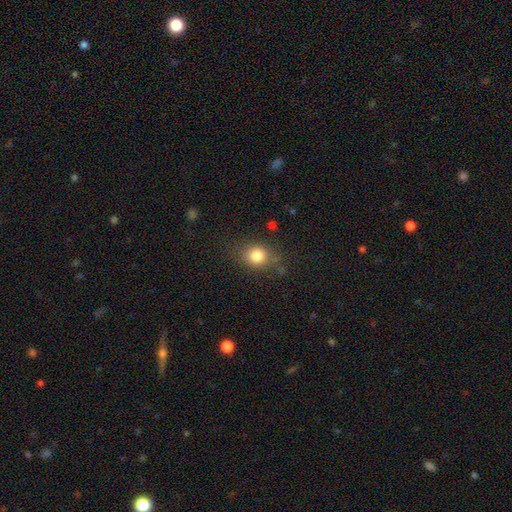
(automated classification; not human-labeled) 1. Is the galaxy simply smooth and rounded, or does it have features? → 81% smooth, 11% star or artifact, 8% featured or disk.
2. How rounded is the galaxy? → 66% round, 32% in between, 1% cigar-shaped.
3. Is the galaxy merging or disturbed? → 76% none, 16% minor disturbance, 6% major disturbance, 2% merger.